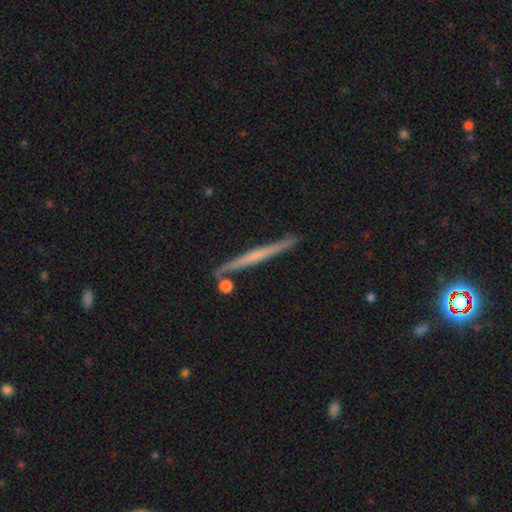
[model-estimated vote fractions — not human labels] Smooth or featured? Predicted: featured or disk (p=0.59). Edge-on disk? Predicted: yes (p=0.97). Edge-on bulge? Predicted: none (p=0.74). Merging? Predicted: none (p=0.85).